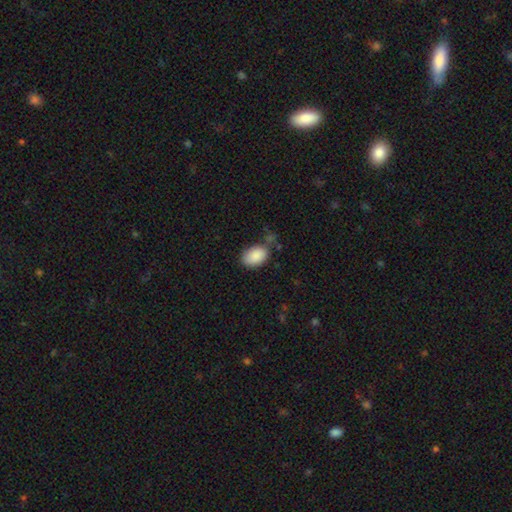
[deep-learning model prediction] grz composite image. It shows a smooth galaxy with no disk features (89%) that is in between round and cigar-shaped (90%). Merging: none (66%).